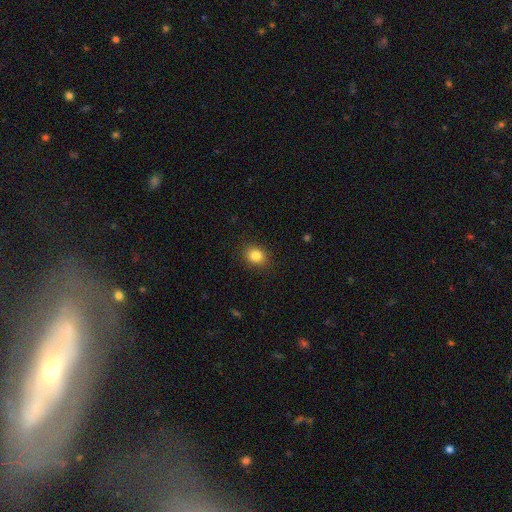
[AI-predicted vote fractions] Smooth or featured?
  - smooth: 84% *
  - star or artifact: 10%
  - featured or disk: 6%
How rounded?
  - round: 59% *
  - in between: 41%
  - cigar-shaped: 1%
Merging?
  - none: 89% *
  - minor disturbance: 8%
  - major disturbance: 2%
  - merger: 1%